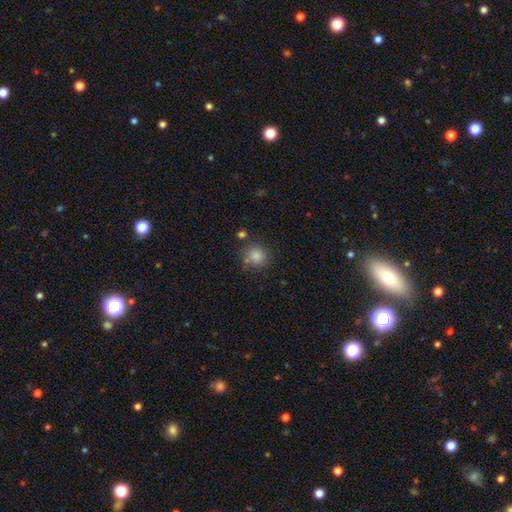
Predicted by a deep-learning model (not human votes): Smooth or featured: smooth — 82% (star or artifact — 12%)
How rounded: round — 91% (in between — 9%)
Merging: none — 77% (minor disturbance — 13%)